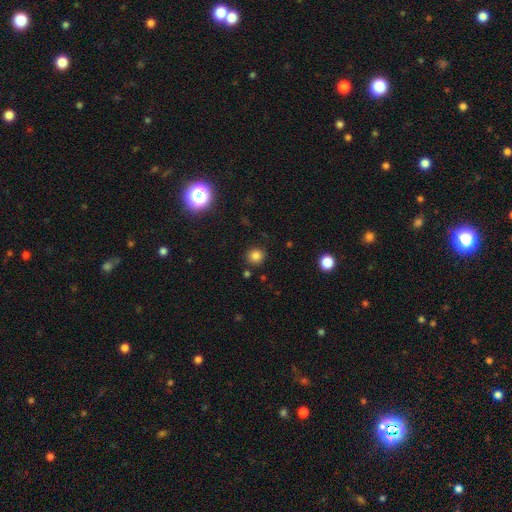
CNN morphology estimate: Smooth or featured? Predicted: smooth (p=0.81). How rounded? Predicted: round (p=0.90). Merging? Predicted: none (p=0.87).